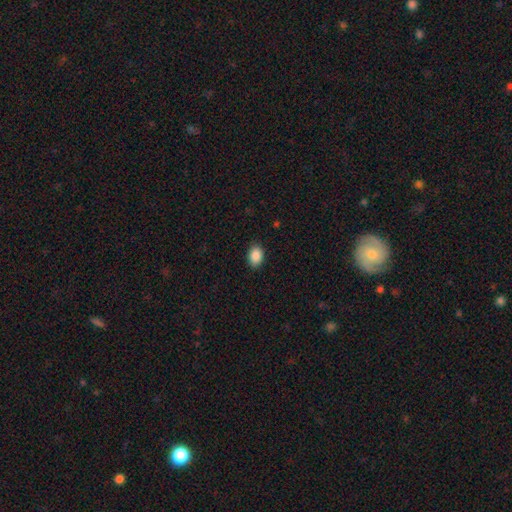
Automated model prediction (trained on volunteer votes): smooth_or_featured: smooth (p=0.89) [alt: star or artifact p=0.08]
how_rounded: in between (p=0.82) [alt: round p=0.17]
merging: none (p=0.87) [alt: minor disturbance p=0.09]